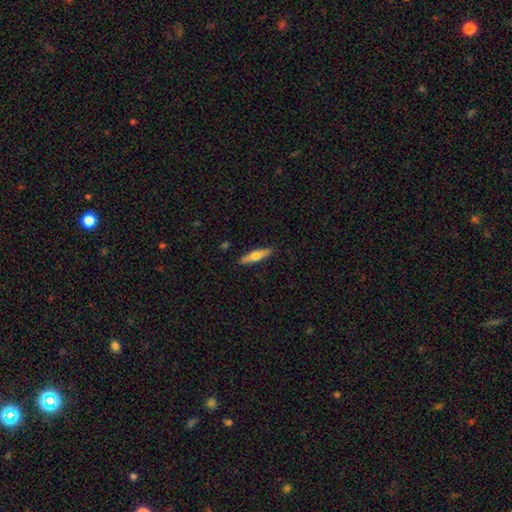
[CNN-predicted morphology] Smooth or featured: smooth — 50% (featured or disk — 45%)
How rounded: cigar-shaped — 80% (in between — 18%)
Merging: none — 90% (minor disturbance — 7%)